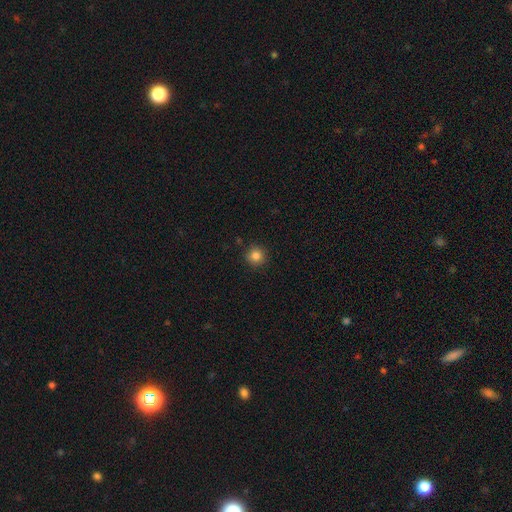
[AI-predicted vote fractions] This is clearly a smooth galaxy (84%). How rounded: clearly round (94%). Merging: clearly none (90%).